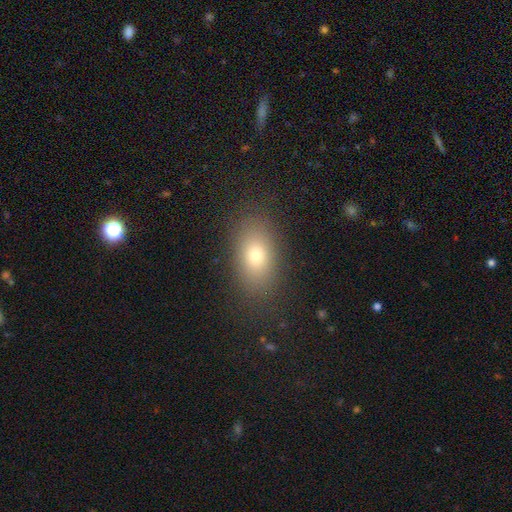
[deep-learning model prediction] smooth-or-featured: smooth: 74% | star or artifact: 13% | featured or disk: 13%
  how-rounded: in between: 81% | round: 16% | cigar-shaped: 2%
  merging: none: 85% | minor disturbance: 9% | major disturbance: 4% | merger: 1%